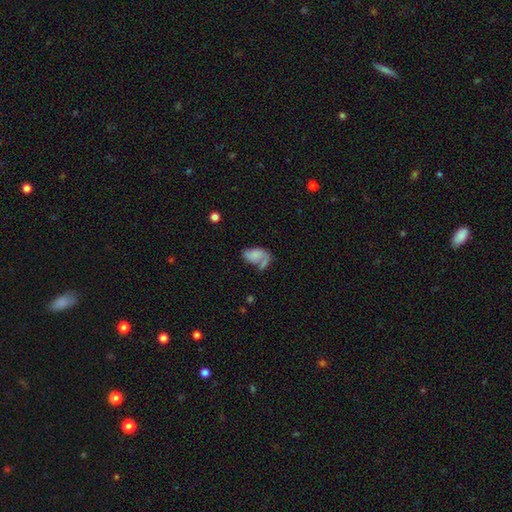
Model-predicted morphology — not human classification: The model was most divided on "merging": none: 30%, major disturbance: 25%, merger: 24%, minor disturbance: 20%. More confident: how rounded — in between (88%); smooth or featured — smooth (60%).